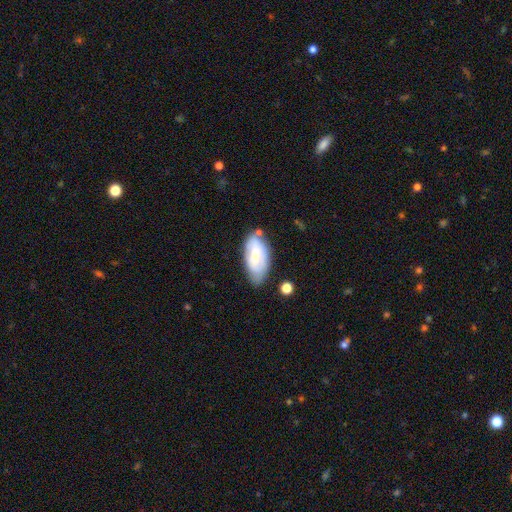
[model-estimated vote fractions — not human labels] A smooth galaxy with no disk features (47%). Merging: none (62%).